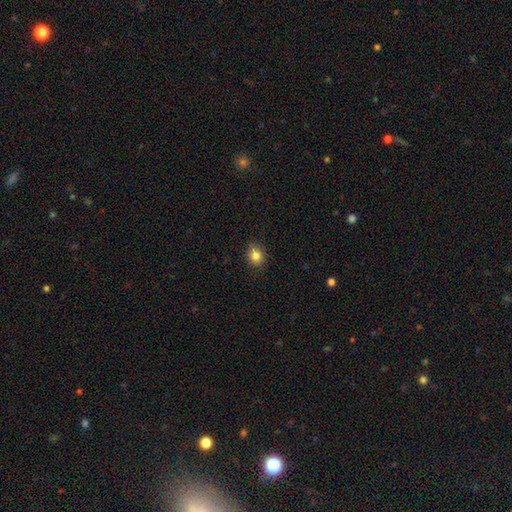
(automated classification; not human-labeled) A smooth galaxy with no disk features (83%) that is round (70%).

Vote fractions:
- Smooth or featured? smooth: 83% / star or artifact: 11% / featured or disk: 6%
- How rounded? round: 70% / in between: 29% / cigar-shaped: 1%
- Merging? none: 80% / minor disturbance: 16% / major disturbance: 3% / merger: 1%